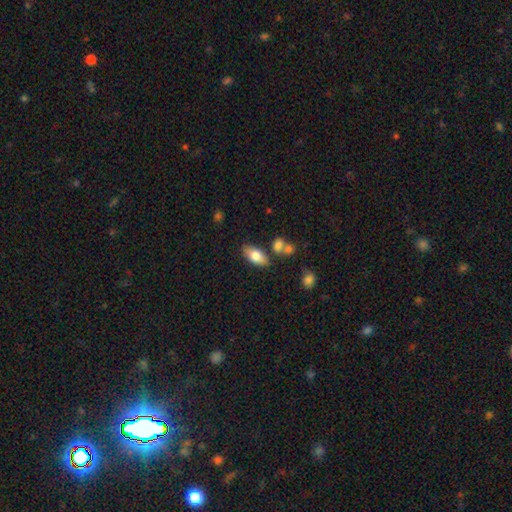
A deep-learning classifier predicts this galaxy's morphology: smooth_or_featured: smooth (p=0.75) [alt: featured or disk p=0.18]
how_rounded: in between (p=0.87) [alt: cigar-shaped p=0.09]
merging: none (p=0.77) [alt: minor disturbance p=0.12]